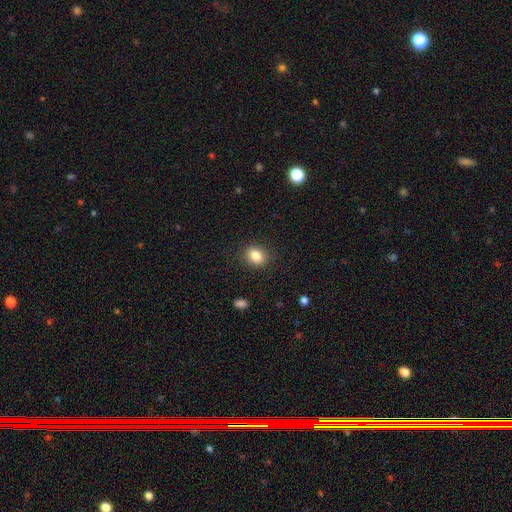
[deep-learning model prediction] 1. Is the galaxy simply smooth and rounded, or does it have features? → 85% smooth, 9% star or artifact, 6% featured or disk.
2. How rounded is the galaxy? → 57% in between, 42% round, 1% cigar-shaped.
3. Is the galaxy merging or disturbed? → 87% none, 9% minor disturbance, 3% major disturbance, 1% merger.